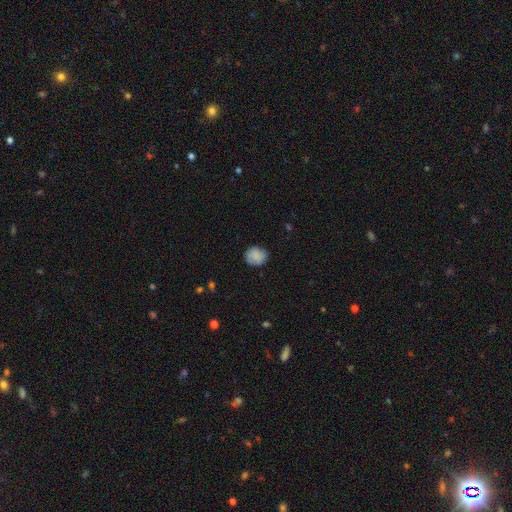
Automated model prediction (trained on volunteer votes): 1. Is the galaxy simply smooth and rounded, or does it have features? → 83% smooth, 9% featured or disk, 8% star or artifact.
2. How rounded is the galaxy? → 82% round, 17% in between, 1% cigar-shaped.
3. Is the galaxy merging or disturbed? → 79% none, 16% minor disturbance, 3% major disturbance, 1% merger.